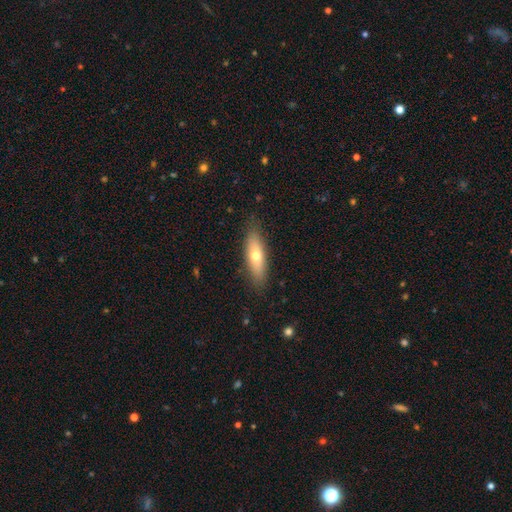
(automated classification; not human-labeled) The model was most divided on "how rounded": in between: 49%, cigar-shaped: 48%, round: 3%. More confident: merging — none (85%); smooth or featured — smooth (63%).